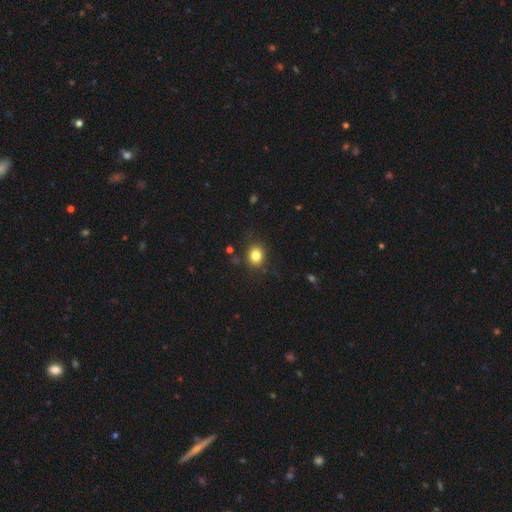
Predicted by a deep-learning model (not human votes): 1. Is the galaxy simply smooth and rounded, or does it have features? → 82% smooth, 11% star or artifact, 7% featured or disk.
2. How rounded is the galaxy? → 65% round, 34% in between, 1% cigar-shaped.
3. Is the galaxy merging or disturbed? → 85% none, 10% minor disturbance, 3% major disturbance, 2% merger.